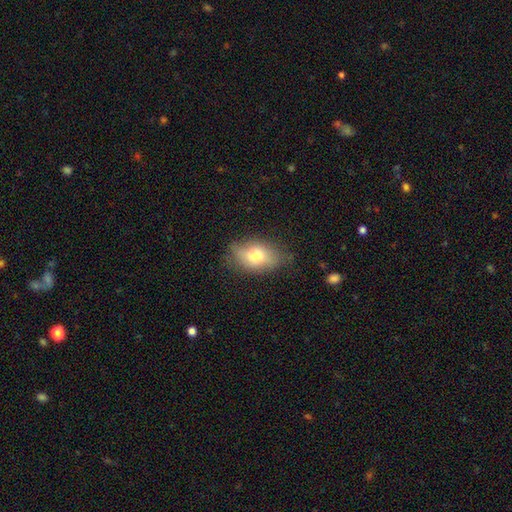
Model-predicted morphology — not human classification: This is likely a smooth galaxy (70%). How rounded: clearly in between (85%). Merging: likely none (68%).